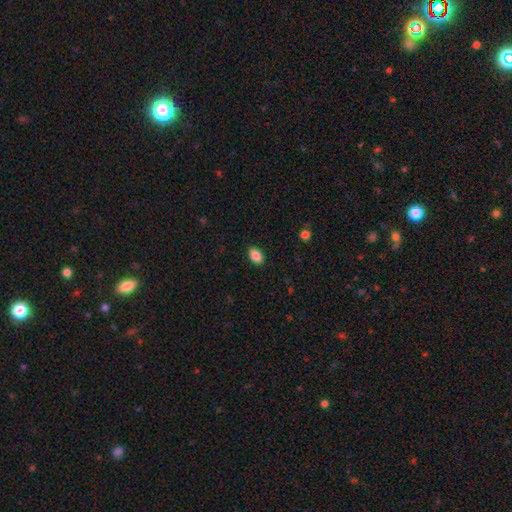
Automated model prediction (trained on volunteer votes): Smooth or featured? smooth (87%)
How rounded? in between (90%)
Merging? none (87%)